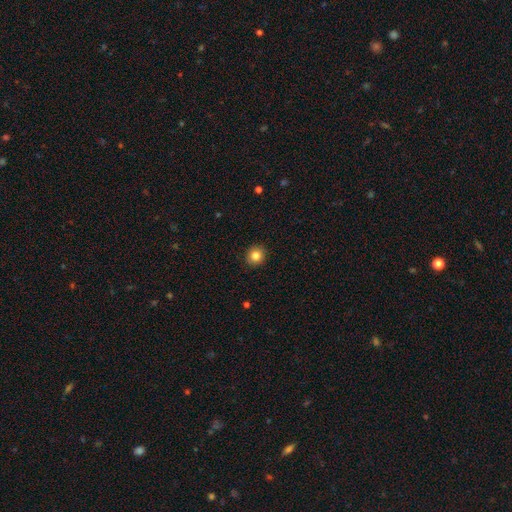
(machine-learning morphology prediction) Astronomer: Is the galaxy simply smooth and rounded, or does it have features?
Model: smooth — 85%.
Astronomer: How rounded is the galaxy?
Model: round — 89%.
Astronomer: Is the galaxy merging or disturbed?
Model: none — 91%.